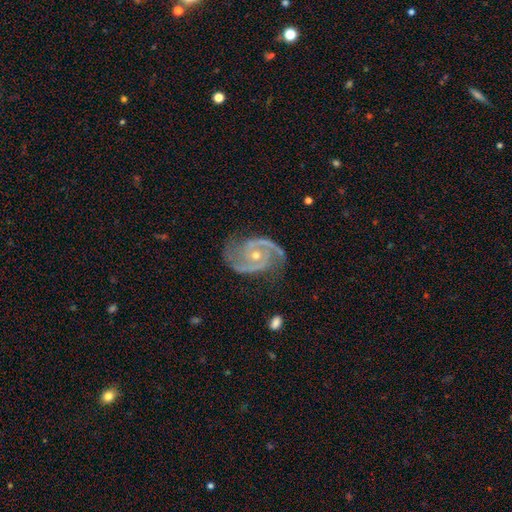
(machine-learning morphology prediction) This is clearly a featured or disk galaxy (93%). It is clearly not viewed edge-on (98%). Bar: likely no (64%). Spiral arm pattern: clearly yes (98%). Spiral arm count: clearly 2 (86%). Spiral winding: possibly medium (56%). Central bulge: possibly moderate (49%). Merging: likely none (71%).